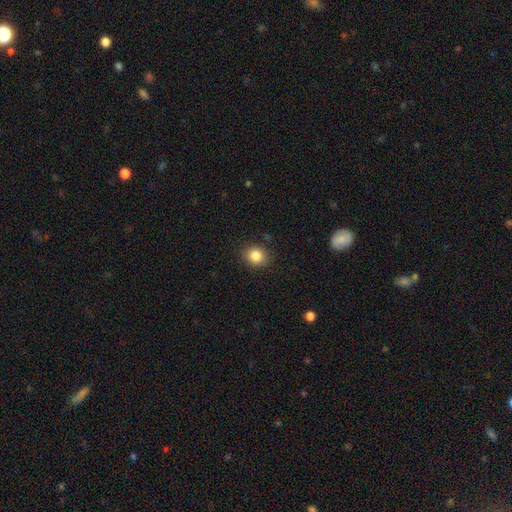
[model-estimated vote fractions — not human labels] smooth 85%, star or artifact 10%, featured or disk 5%. Down the decision tree: how rounded — round (73%); merging — none (88%).